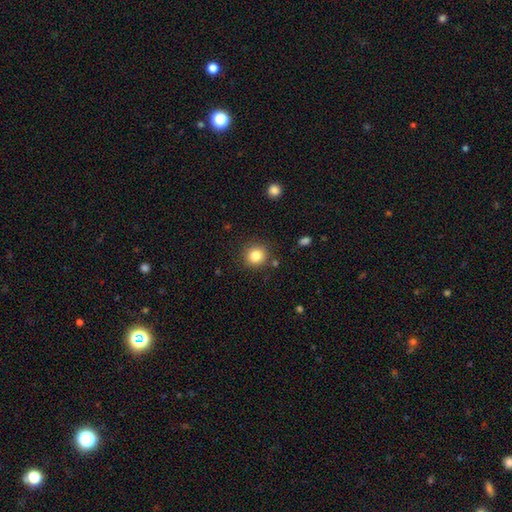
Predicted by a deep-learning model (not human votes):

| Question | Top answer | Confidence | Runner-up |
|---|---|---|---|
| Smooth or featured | smooth | 83% | star or artifact (11%) |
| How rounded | round | 91% | in between (8%) |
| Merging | none | 87% | minor disturbance (8%) |